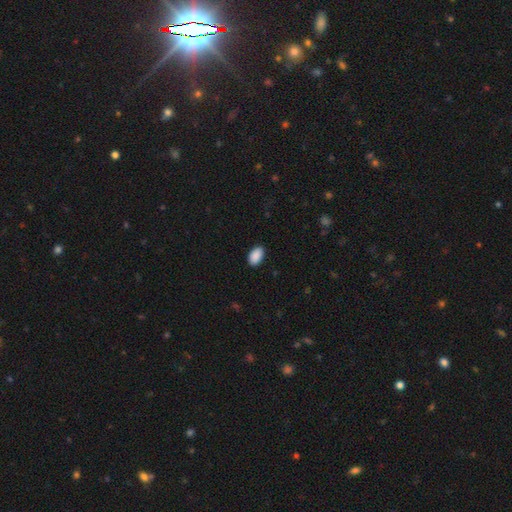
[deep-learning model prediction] Smooth or featured? smooth (91%)
How rounded? in between (93%)
Merging? none (88%)